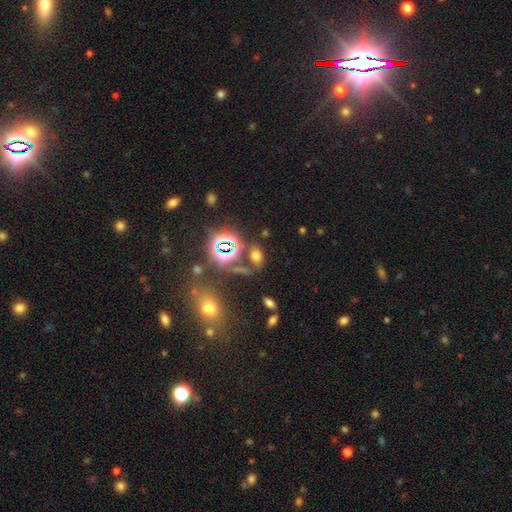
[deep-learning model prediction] Overall: smooth (55%; star or artifact 36%). How rounded: in between (78%). Merging: none (72%).